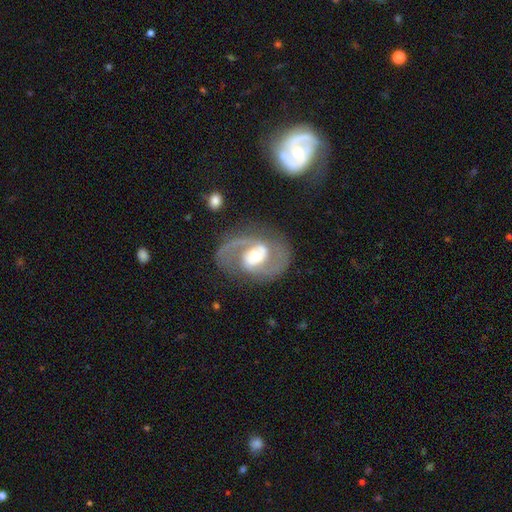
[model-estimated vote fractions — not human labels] Smooth or featured: featured or disk — 89% (smooth — 6%)
Edge-on disk: no — 97% (yes — 3%)
Bar: weak — 42% (no — 36%)
Spiral arms: yes — 95% (no — 5%)
Spiral winding: medium — 59% (loose — 23%)
Spiral arm count: 2 — 92% (can't tell — 3%)
Bulge size: moderate — 69% (large — 16%)
Merging: none — 76% (minor disturbance — 13%)